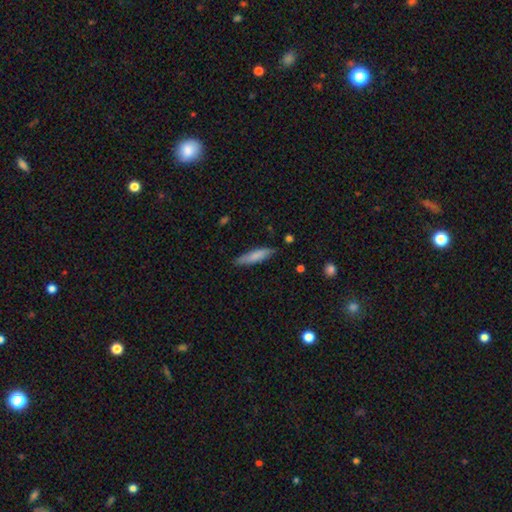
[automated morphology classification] smooth 78%, featured or disk 17%, star or artifact 6%. Down the decision tree: how rounded — cigar-shaped (77%); merging — none (83%).